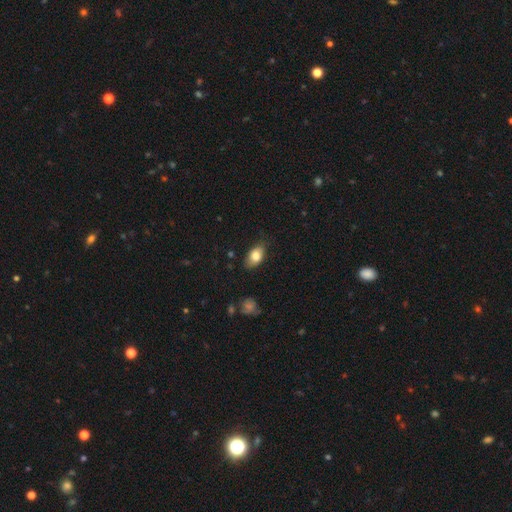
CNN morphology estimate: type=smooth (81%); roundness=in between (88%); merging=none (76%).